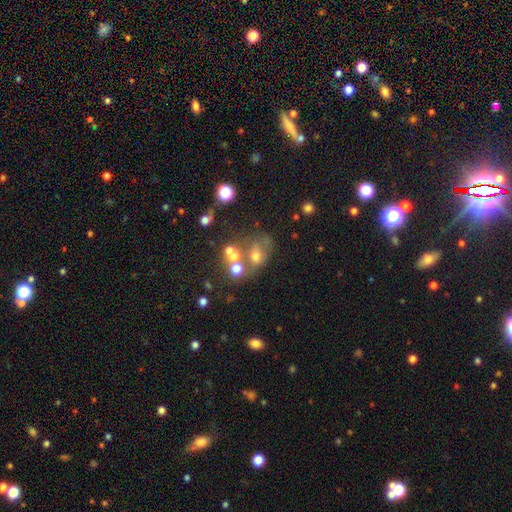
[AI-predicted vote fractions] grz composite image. It shows a smooth galaxy with no disk features (52%) that is in between round and cigar-shaped (52%). Merging: merger (36%).